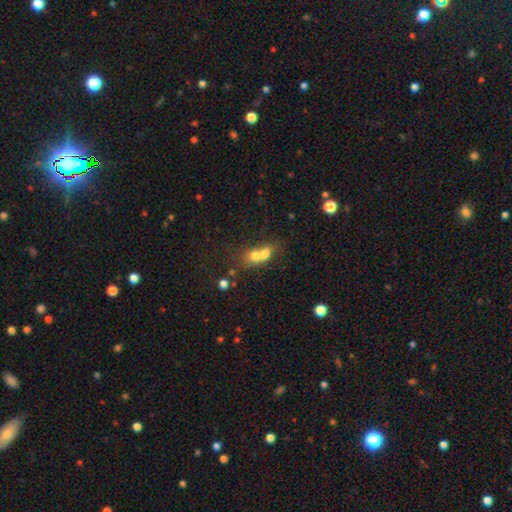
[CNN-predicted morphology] type=smooth (67%); roundness=round (53%); merging=merger (72%).